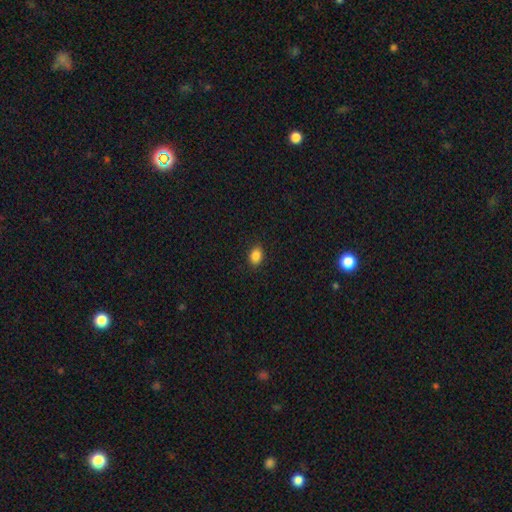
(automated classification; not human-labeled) smooth-or-featured: smooth: 87% | star or artifact: 9% | featured or disk: 4%
  how-rounded: in between: 76% | round: 22% | cigar-shaped: 1%
  merging: none: 90% | minor disturbance: 7% | major disturbance: 2% | merger: 1%